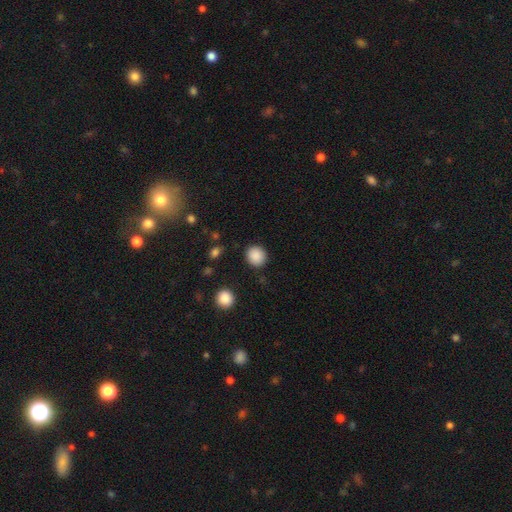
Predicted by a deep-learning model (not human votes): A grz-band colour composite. It shows a smooth galaxy with no disk features (89%) that is round (86%). Merging: none (89%).